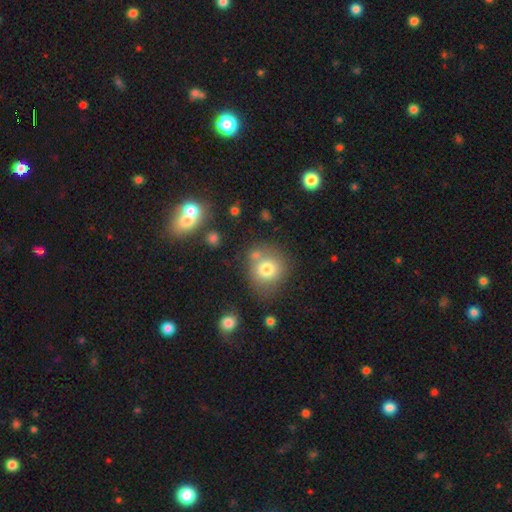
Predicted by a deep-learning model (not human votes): smooth-or-featured: smooth: 61% | star or artifact: 25% | featured or disk: 13%
  how-rounded: round: 83% | in between: 15% | cigar-shaped: 1%
  merging: none: 72% | minor disturbance: 12% | merger: 11% | major disturbance: 5%